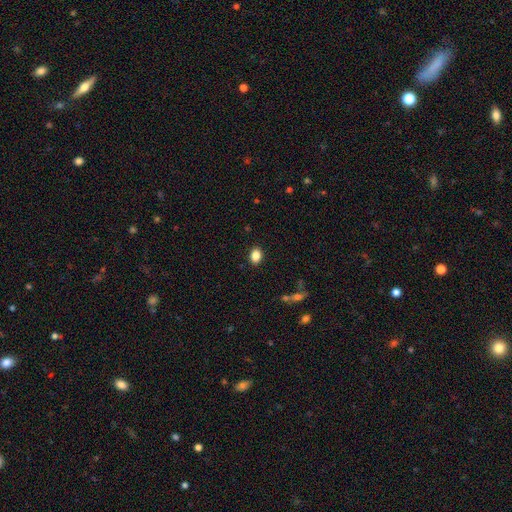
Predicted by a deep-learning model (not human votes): This appears to be a smooth galaxy with no disk features (85%) that is in between round and cigar-shaped (67%). Merging: none (89%).